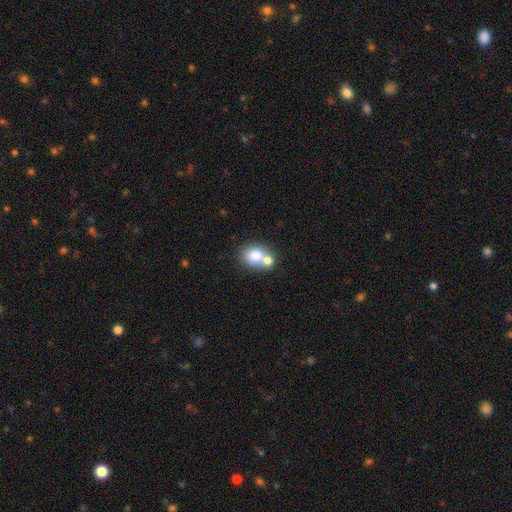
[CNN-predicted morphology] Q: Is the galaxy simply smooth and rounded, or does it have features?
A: smooth — 77%.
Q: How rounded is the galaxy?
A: round — 62%.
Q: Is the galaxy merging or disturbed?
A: merger — 51%.